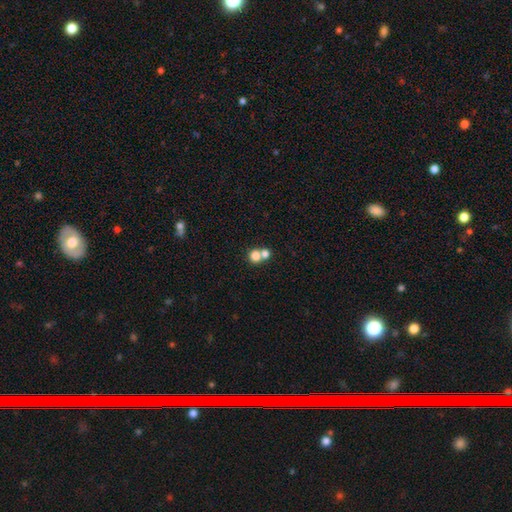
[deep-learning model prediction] This is likely a smooth galaxy (78%). How rounded: clearly round (85%). Merging: possibly merger (52%).